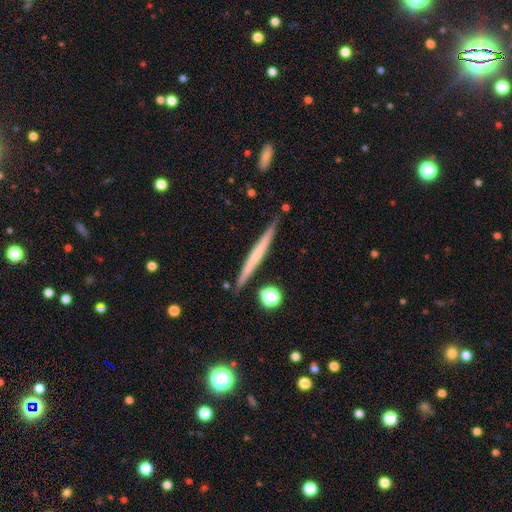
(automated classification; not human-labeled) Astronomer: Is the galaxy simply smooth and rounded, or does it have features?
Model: featured or disk — 52% (runner-up: smooth, 42%).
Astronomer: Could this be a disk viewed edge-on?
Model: yes — 97%.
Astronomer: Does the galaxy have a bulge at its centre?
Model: none — 79%.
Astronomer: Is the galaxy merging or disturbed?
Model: none — 87%.